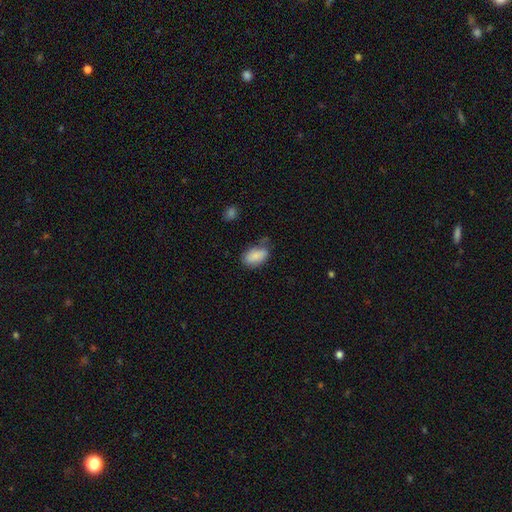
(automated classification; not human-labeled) Smooth or featured: smooth — 85% (featured or disk — 8%)
How rounded: in between — 93% (round — 5%)
Merging: none — 55% (minor disturbance — 31%)